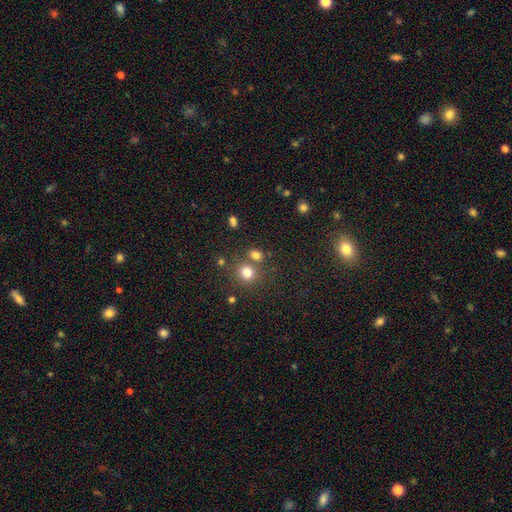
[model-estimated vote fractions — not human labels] Q: Smooth or featured?
A: smooth (75%); runner-up: star or artifact (18%)
Q: How rounded?
A: round (68%); runner-up: in between (31%)
Q: Merging?
A: none (65%); runner-up: merger (21%)